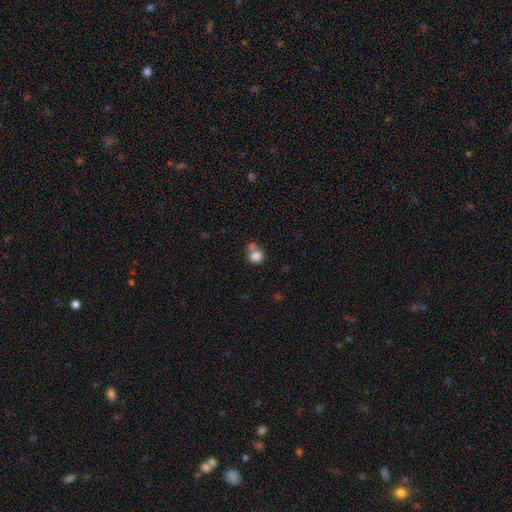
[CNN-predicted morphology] Smooth or featured? Predicted: smooth (p=0.82). How rounded? Predicted: round (p=0.85). Merging? Predicted: none (p=0.46).